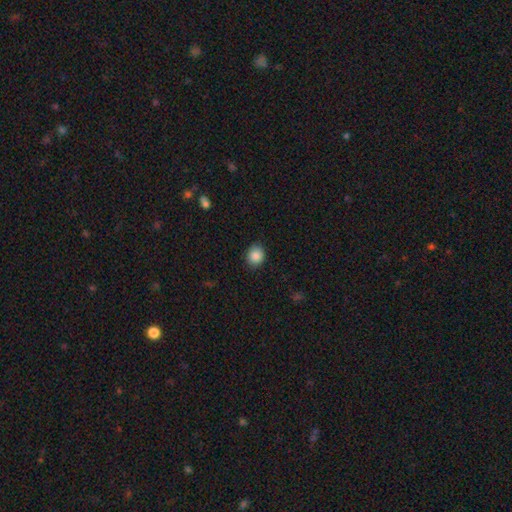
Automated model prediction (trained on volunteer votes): Smooth or featured?
  - smooth: 88% *
  - star or artifact: 9%
  - featured or disk: 4%
How rounded?
  - round: 68% *
  - in between: 31%
  - cigar-shaped: 1%
Merging?
  - none: 84% *
  - minor disturbance: 12%
  - major disturbance: 2%
  - merger: 1%